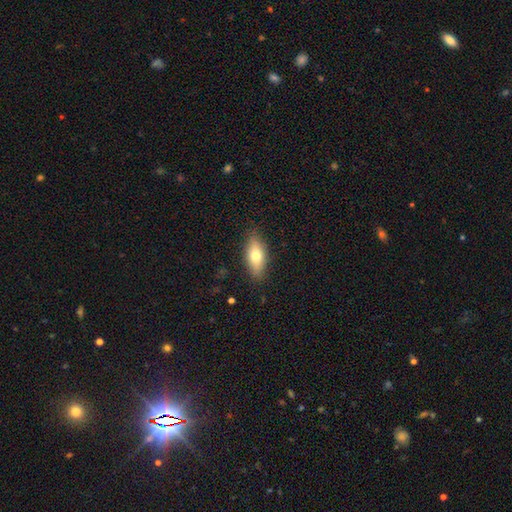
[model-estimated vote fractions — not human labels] smooth 70%, featured or disk 23%, star or artifact 7%. Down the decision tree: how rounded — in between (79%); merging — none (84%).